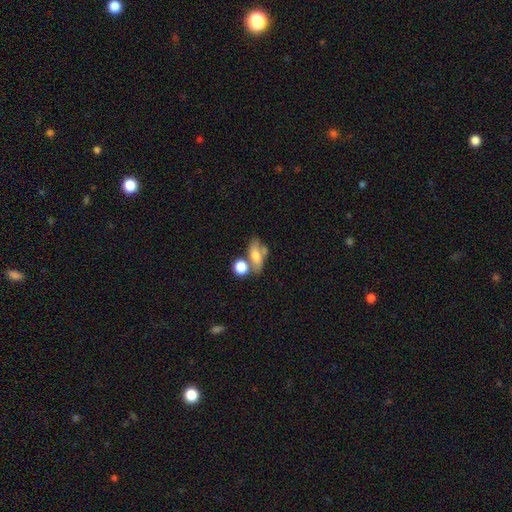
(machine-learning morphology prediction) Smooth or featured?
  - smooth: 64% *
  - featured or disk: 26%
  - star or artifact: 10%
How rounded?
  - in between: 77% *
  - round: 15%
  - cigar-shaped: 8%
Merging?
  - none: 39% *
  - merger: 34%
  - minor disturbance: 17%
  - major disturbance: 10%